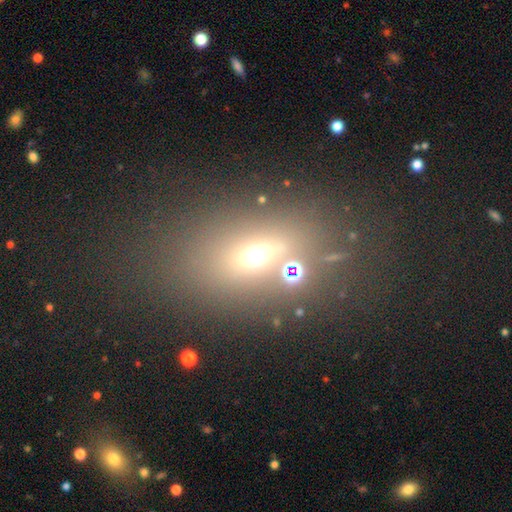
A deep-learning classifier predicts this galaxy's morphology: type=smooth (51%); roundness=in between (69%); merging=none (61%).